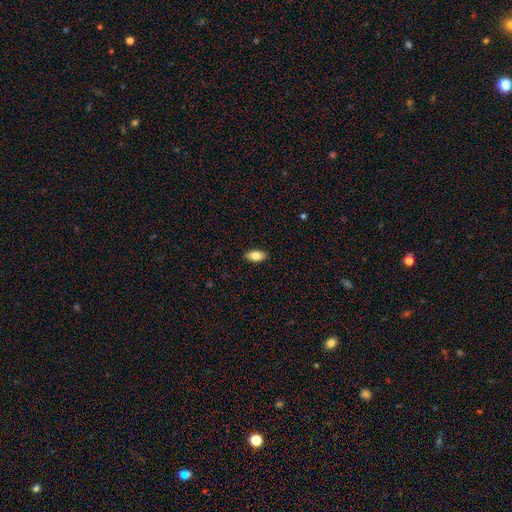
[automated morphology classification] Smooth or featured? Predicted: smooth (p=0.82). How rounded? Predicted: in between (p=0.91). Merging? Predicted: none (p=0.89).